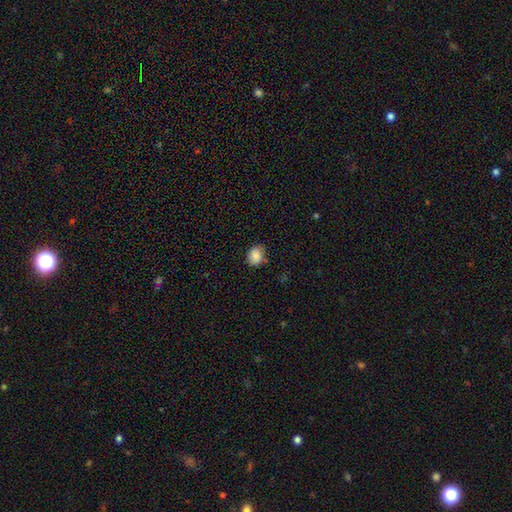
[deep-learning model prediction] Smooth or featured? Predicted: smooth (p=0.87). How rounded? Predicted: round (p=0.52). Merging? Predicted: none (p=0.77).